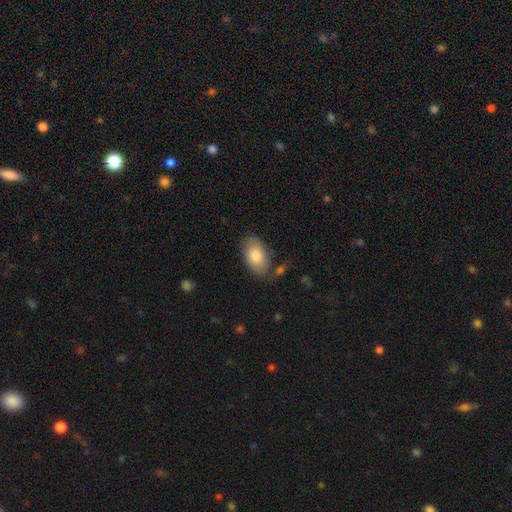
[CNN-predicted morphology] smooth-or-featured: smooth: 82% | featured or disk: 12% | star or artifact: 6%
  how-rounded: in between: 93% | round: 6% | cigar-shaped: 1%
  merging: none: 75% | minor disturbance: 17% | major disturbance: 4% | merger: 4%